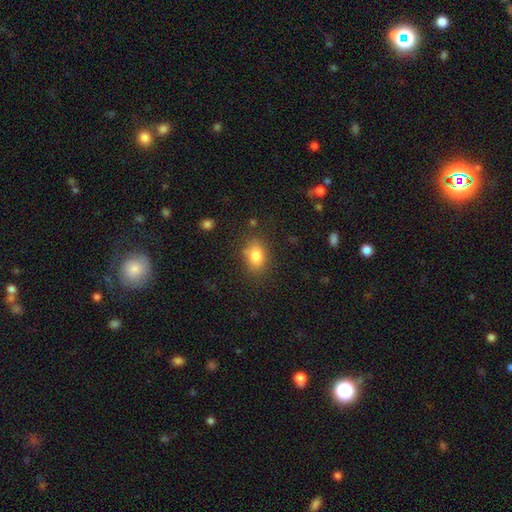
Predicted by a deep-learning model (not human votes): A smooth galaxy with no disk features (81%) that is in between round and cigar-shaped (76%). Merging: none (77%).